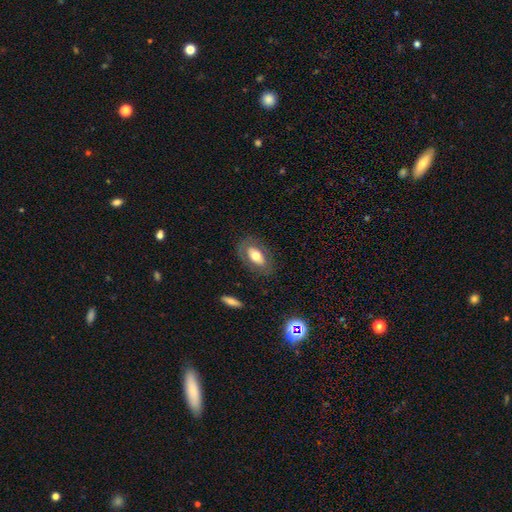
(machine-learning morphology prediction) smooth_or_featured: smooth (p=0.57) [alt: featured or disk p=0.36]
how_rounded: in between (p=0.89) [alt: round p=0.06]
merging: none (p=0.77) [alt: minor disturbance p=0.14]